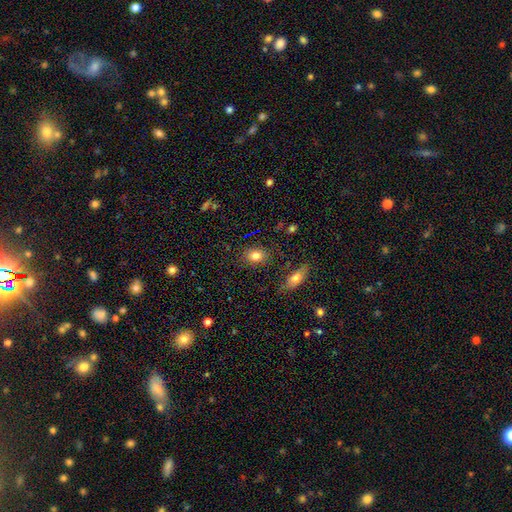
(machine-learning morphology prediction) A smooth galaxy with no disk features (81%) that is in between round and cigar-shaped (61%). Merging: none (84%).